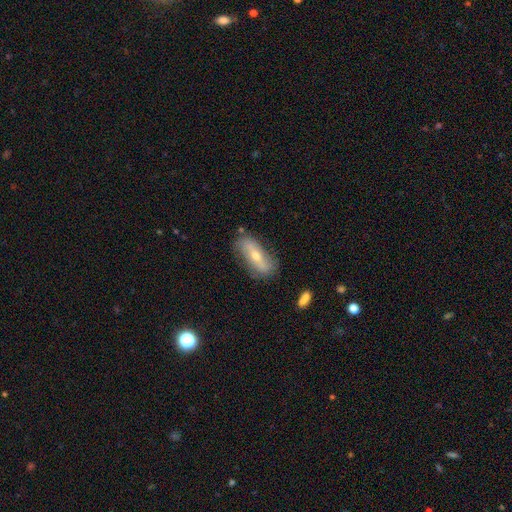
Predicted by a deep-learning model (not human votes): This is possibly a featured or disk galaxy (55%). It is likely not viewed edge-on (72%). Merging: likely none (77%).